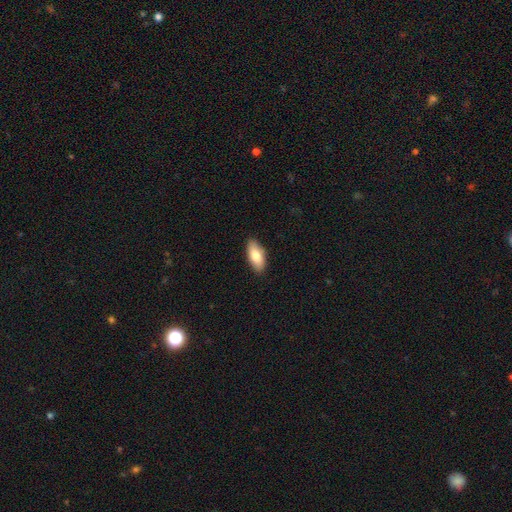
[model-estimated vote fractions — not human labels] Smooth or featured: smooth — 80% (featured or disk — 14%)
How rounded: in between — 86% (cigar-shaped — 11%)
Merging: none — 88% (minor disturbance — 10%)